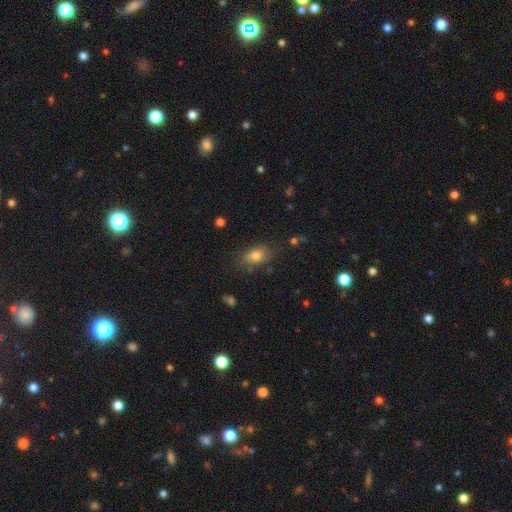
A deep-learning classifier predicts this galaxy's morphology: smooth_or_featured: smooth (p=0.78) [alt: featured or disk p=0.11]
how_rounded: in between (p=0.81) [alt: round p=0.14]
merging: none (p=0.75) [alt: minor disturbance p=0.17]